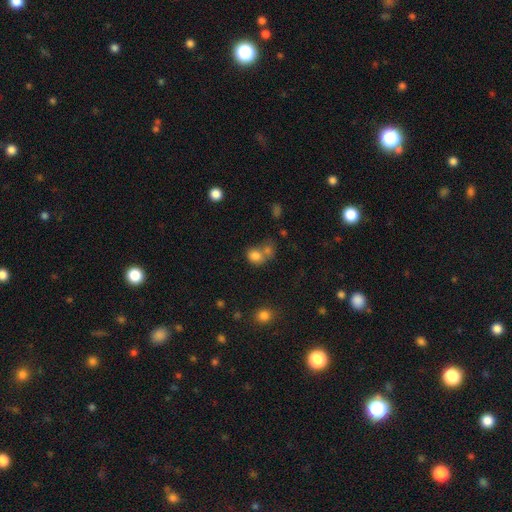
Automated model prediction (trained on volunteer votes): A smooth galaxy with no disk features (80%) that is round (57%).

Vote fractions:
- Smooth or featured? smooth: 80% / star or artifact: 12% / featured or disk: 8%
- How rounded? round: 57% / in between: 42% / cigar-shaped: 1%
- Merging? merger: 48% / none: 36% / minor disturbance: 11% / major disturbance: 5%